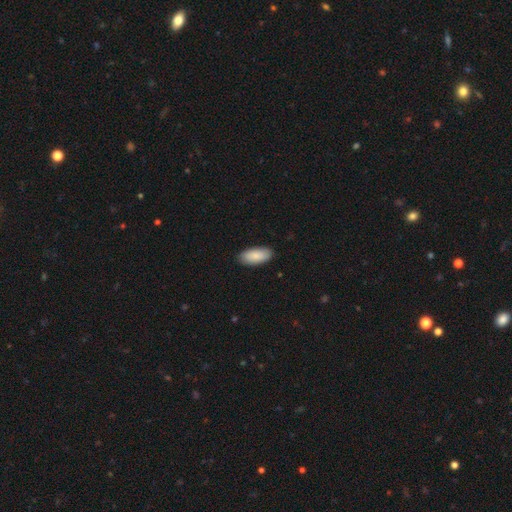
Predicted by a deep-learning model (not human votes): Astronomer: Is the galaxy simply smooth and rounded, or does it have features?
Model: smooth — 86%.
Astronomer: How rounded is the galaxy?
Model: in between — 90%.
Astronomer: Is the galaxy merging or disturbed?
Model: none — 88%.